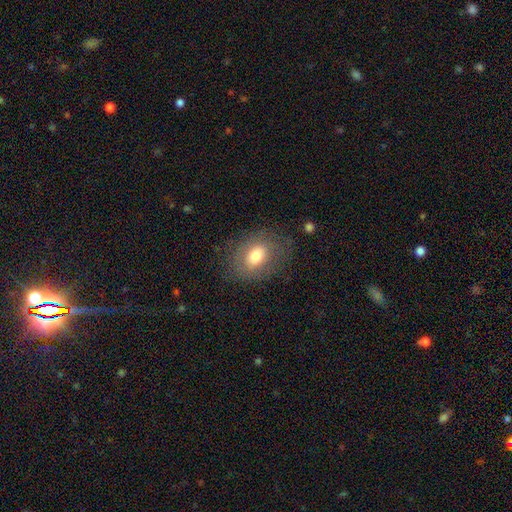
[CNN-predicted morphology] Smooth or featured? smooth (70%)
How rounded? in between (73%)
Merging? none (74%)